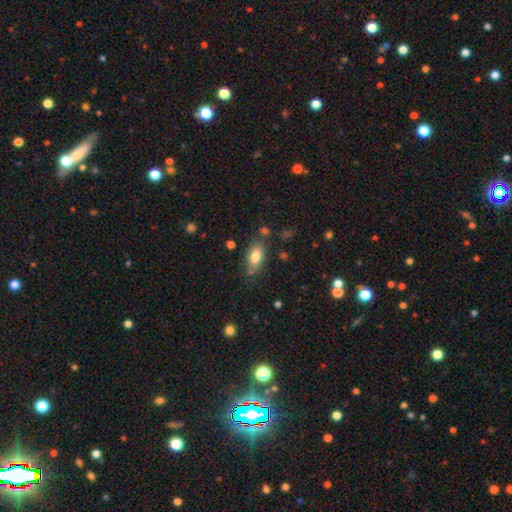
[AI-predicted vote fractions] smooth-or-featured: smooth: 80% | featured or disk: 13% | star or artifact: 8%
  how-rounded: in between: 89% | cigar-shaped: 7% | round: 5%
  merging: none: 72% | minor disturbance: 17% | merger: 7% | major disturbance: 4%